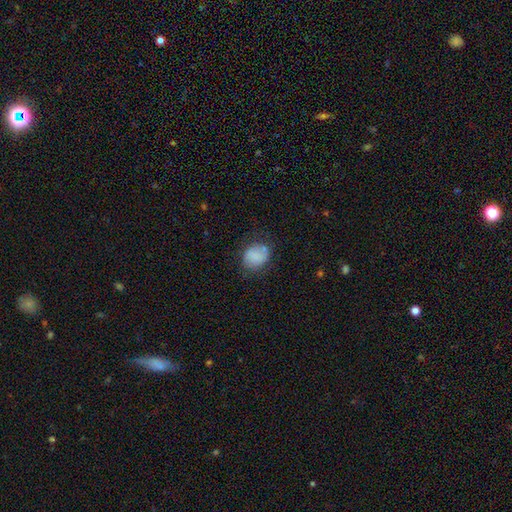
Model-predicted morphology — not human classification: Smooth or featured?
  - smooth: 80% *
  - featured or disk: 11%
  - star or artifact: 9%
How rounded?
  - round: 57% *
  - in between: 43%
  - cigar-shaped: 1%
Merging?
  - none: 62% *
  - minor disturbance: 25%
  - major disturbance: 9%
  - merger: 4%